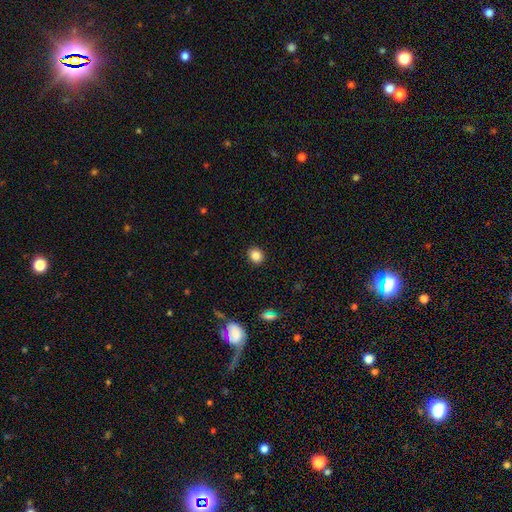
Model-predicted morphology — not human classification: This appears to be a smooth galaxy with no disk features (84%) that is round (72%). Merging: none (91%).